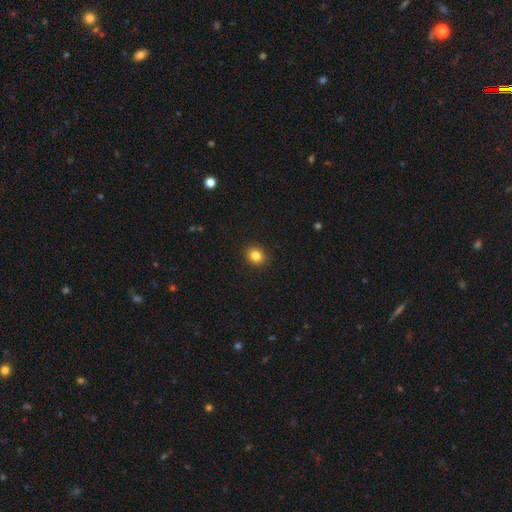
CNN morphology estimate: Smooth or featured? smooth (83%)
How rounded? round (70%)
Merging? none (91%)